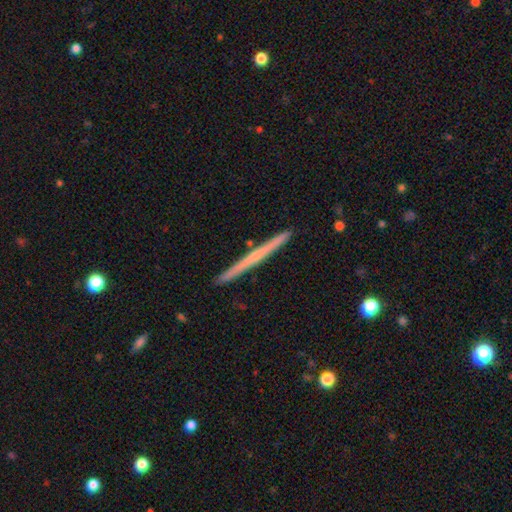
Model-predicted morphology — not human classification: featured or disk 59%, smooth 35%, star or artifact 6%. Down the decision tree: edge-on disk — yes (98%); edge-on bulge — none (74%); merging — none (93%).